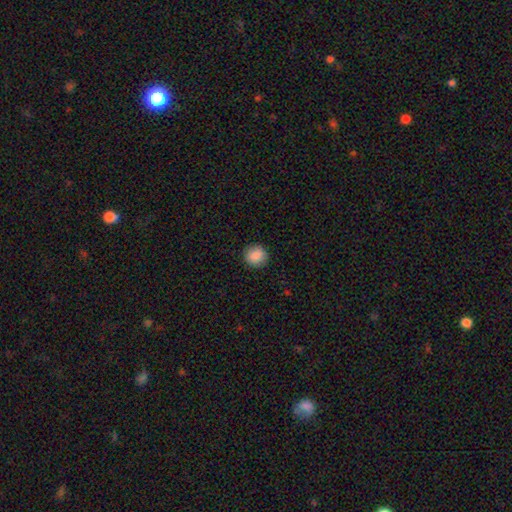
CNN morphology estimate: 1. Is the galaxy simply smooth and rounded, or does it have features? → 88% smooth, 8% star or artifact, 4% featured or disk.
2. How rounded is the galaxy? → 92% round, 7% in between, 1% cigar-shaped.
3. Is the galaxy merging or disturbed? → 91% none, 6% minor disturbance, 2% major disturbance, 1% merger.